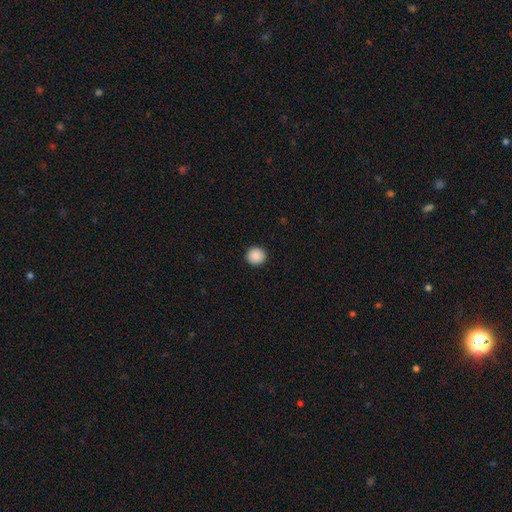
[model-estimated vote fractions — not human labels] Smooth or featured: smooth — 89% (star or artifact — 8%)
How rounded: round — 93% (in between — 6%)
Merging: none — 93% (minor disturbance — 5%)